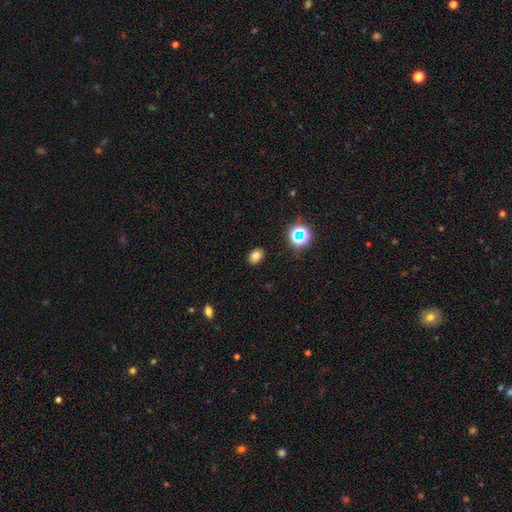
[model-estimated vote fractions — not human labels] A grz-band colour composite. It shows a smooth galaxy with no disk features (77%) that is in between round and cigar-shaped (68%). Merging: none (88%).